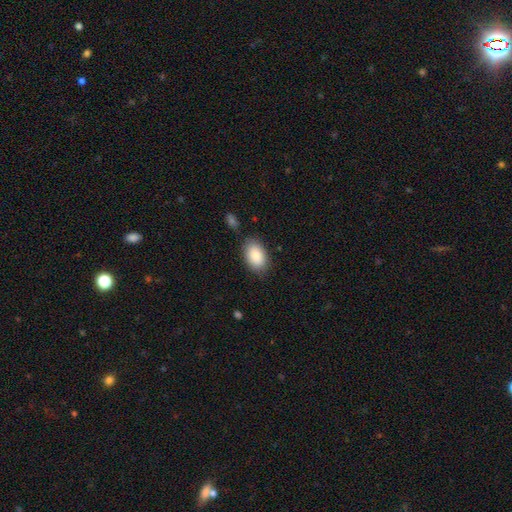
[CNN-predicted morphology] smooth-or-featured: smooth: 87% | featured or disk: 7% | star or artifact: 6%
  how-rounded: in between: 90% | round: 9% | cigar-shaped: 1%
  merging: none: 78% | minor disturbance: 15% | major disturbance: 4% | merger: 3%